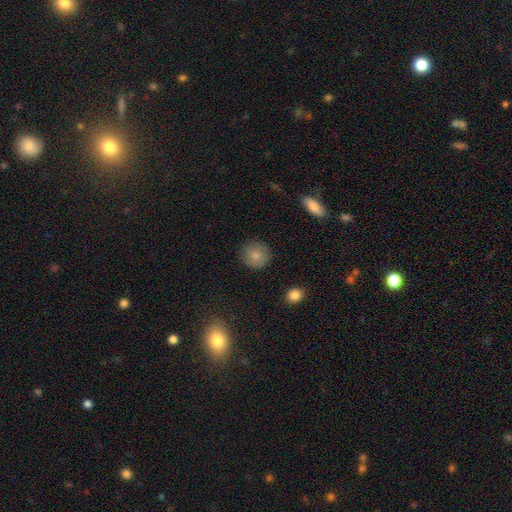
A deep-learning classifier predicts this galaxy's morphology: Smooth or featured? Predicted: smooth (p=0.81). How rounded? Predicted: round (p=0.91). Merging? Predicted: none (p=0.87).